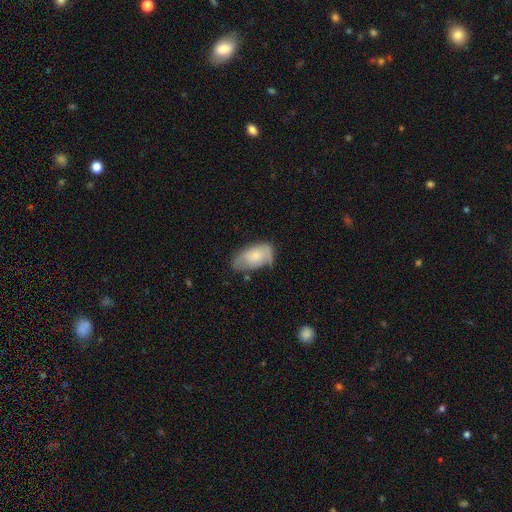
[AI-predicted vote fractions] Smooth or featured? smooth (66%)
How rounded? in between (94%)
Merging? none (50%)